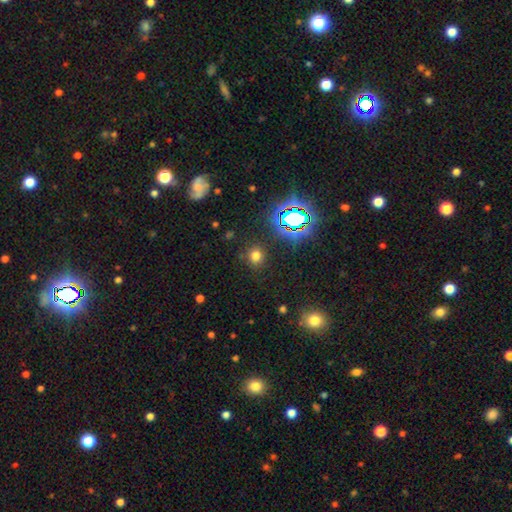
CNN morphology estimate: Smooth or featured? smooth (69%)
How rounded? round (80%)
Merging? none (86%)